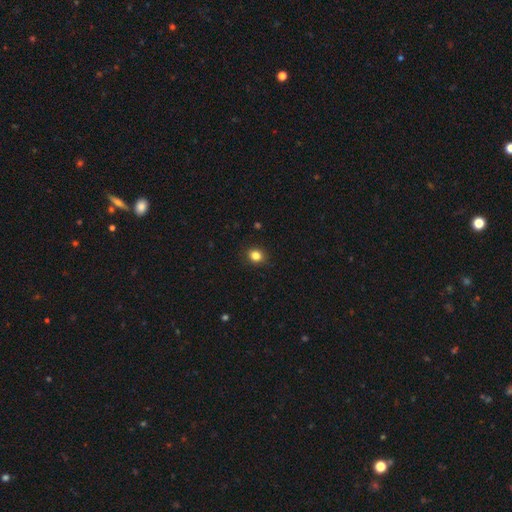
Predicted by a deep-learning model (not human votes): Q: Smooth or featured?
A: smooth (83%); runner-up: star or artifact (12%)
Q: How rounded?
A: round (79%); runner-up: in between (20%)
Q: Merging?
A: none (90%); runner-up: minor disturbance (7%)